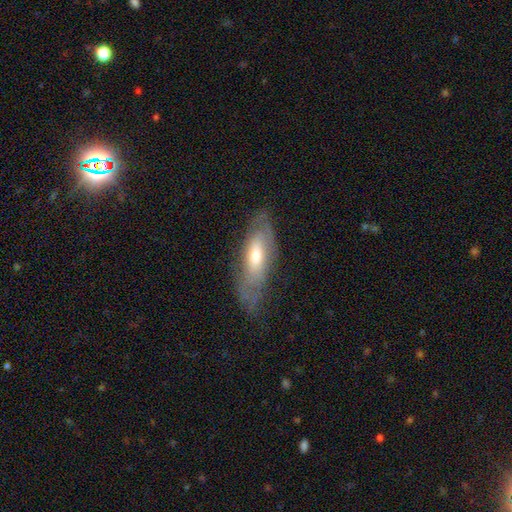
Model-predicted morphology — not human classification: type=featured or disk (53%); edge-on=no (69%); merging=none (63%).